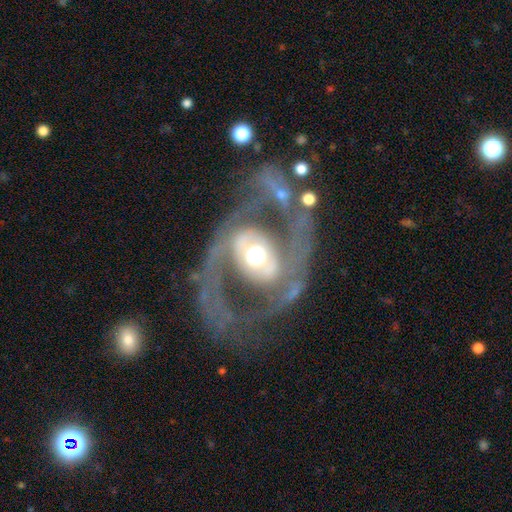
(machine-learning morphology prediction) A featured or disk galaxy (84%) with no bar (52%), 2 (72%) medium (43%) spiral arms (80%) and a moderate central bulge (54%). Merging: none (64%).